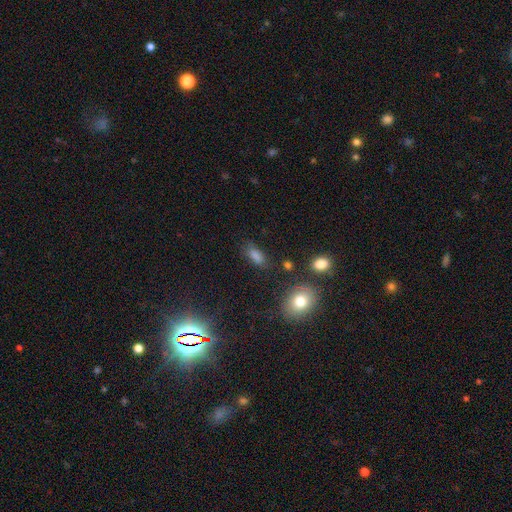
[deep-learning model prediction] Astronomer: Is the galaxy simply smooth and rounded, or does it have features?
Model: smooth — 71%.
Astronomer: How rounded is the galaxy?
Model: in between — 79%.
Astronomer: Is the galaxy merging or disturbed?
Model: none — 73%.